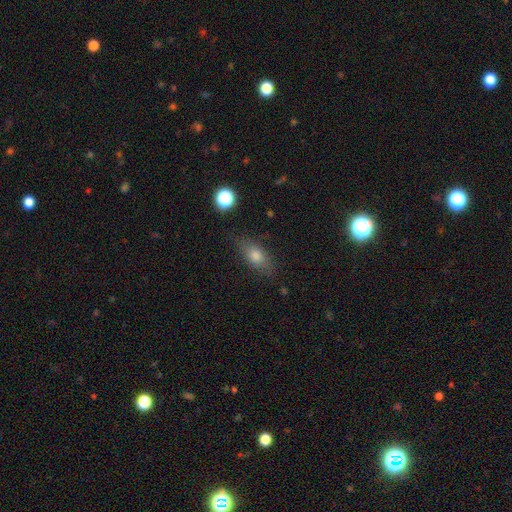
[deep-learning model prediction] smooth 73%, featured or disk 16%, star or artifact 11%. Down the decision tree: how rounded — in between (77%); merging — none (79%).